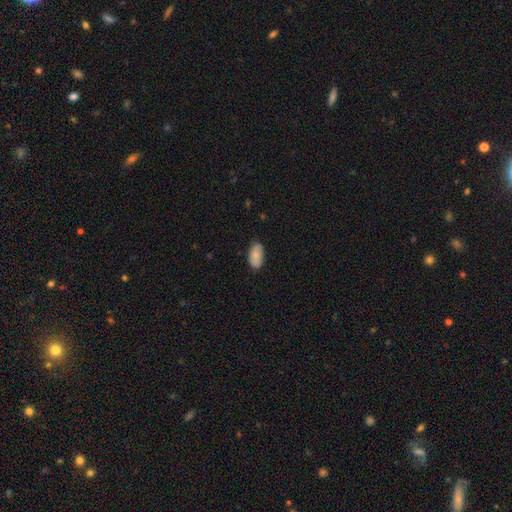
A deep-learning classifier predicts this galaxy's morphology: smooth 82%, featured or disk 11%, star or artifact 6%. Down the decision tree: how rounded — in between (94%); merging — none (83%).